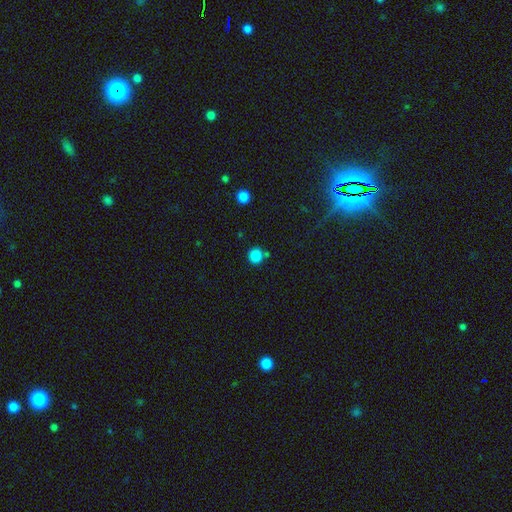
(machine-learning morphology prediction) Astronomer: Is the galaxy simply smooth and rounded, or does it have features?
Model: smooth — 85%.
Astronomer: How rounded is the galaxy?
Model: round — 90%.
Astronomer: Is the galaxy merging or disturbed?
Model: none — 77%.